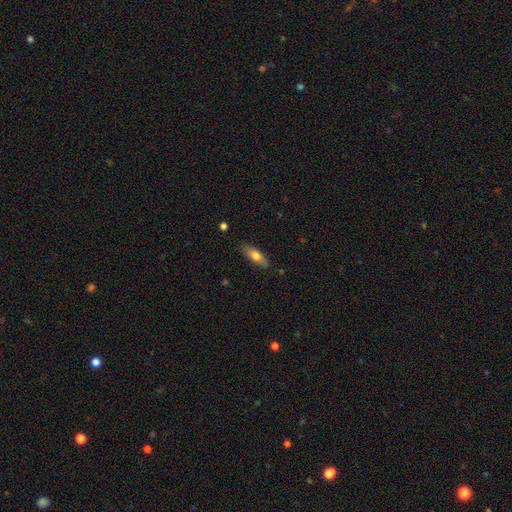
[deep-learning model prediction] smooth-or-featured: smooth: 71% | featured or disk: 23% | star or artifact: 6%
  how-rounded: in between: 62% | cigar-shaped: 36% | round: 2%
  merging: none: 84% | minor disturbance: 12% | major disturbance: 2% | merger: 1%